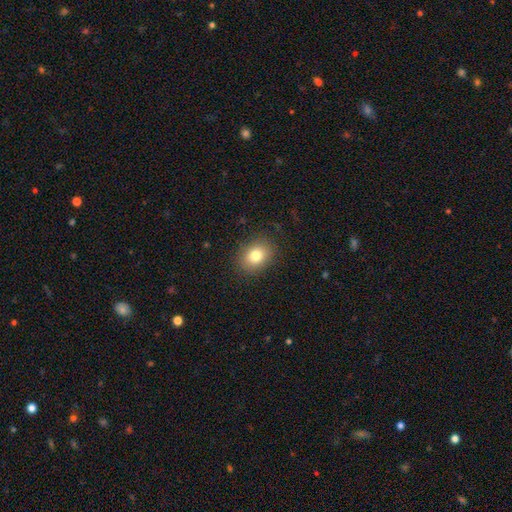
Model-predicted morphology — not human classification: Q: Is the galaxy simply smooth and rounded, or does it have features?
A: smooth — 79%.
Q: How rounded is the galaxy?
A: in between — 56%.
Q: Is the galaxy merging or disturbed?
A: none — 87%.